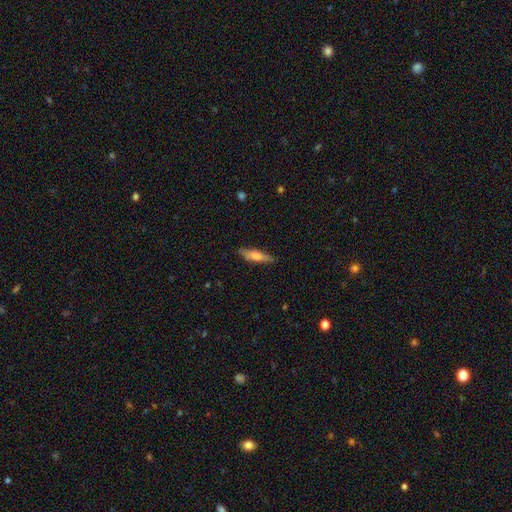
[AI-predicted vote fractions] Smooth or featured? smooth (51%)
How rounded? cigar-shaped (73%)
Merging? none (81%)